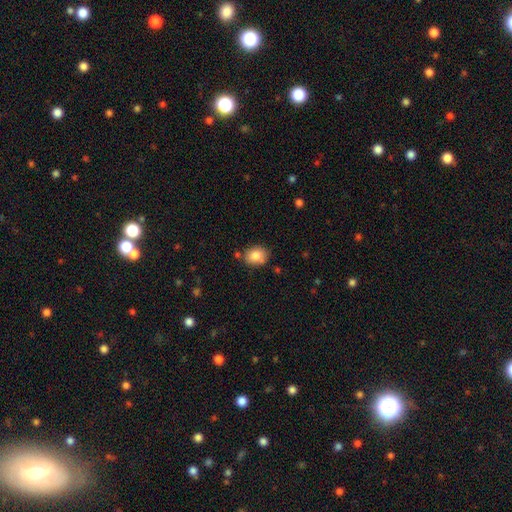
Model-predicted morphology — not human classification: smooth-or-featured: smooth: 83% | star or artifact: 9% | featured or disk: 8%
  how-rounded: round: 50% | in between: 49% | cigar-shaped: 1%
  merging: none: 75% | minor disturbance: 16% | merger: 6% | major disturbance: 3%